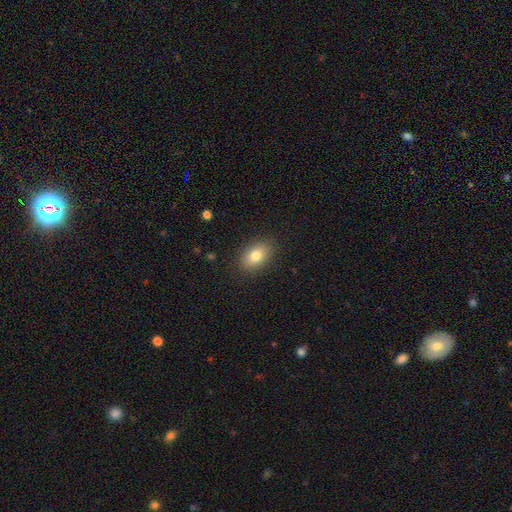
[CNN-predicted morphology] The model was most divided on "smooth or featured": smooth: 80%, featured or disk: 12%, star or artifact: 8%. More confident: merging — none (87%); how rounded — in between (85%).